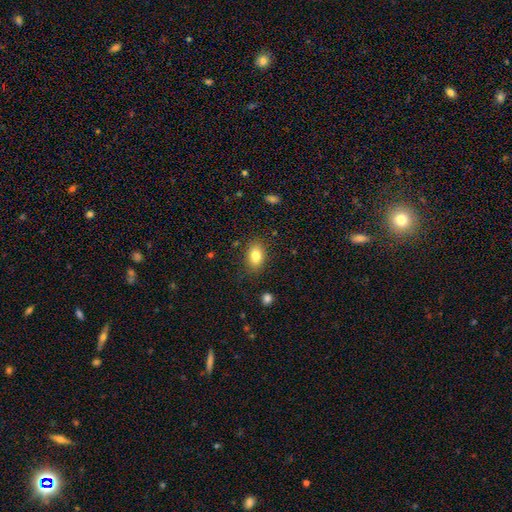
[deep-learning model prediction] Morphology: type=smooth (81%); roundness=in between (80%); merging=none (84%).